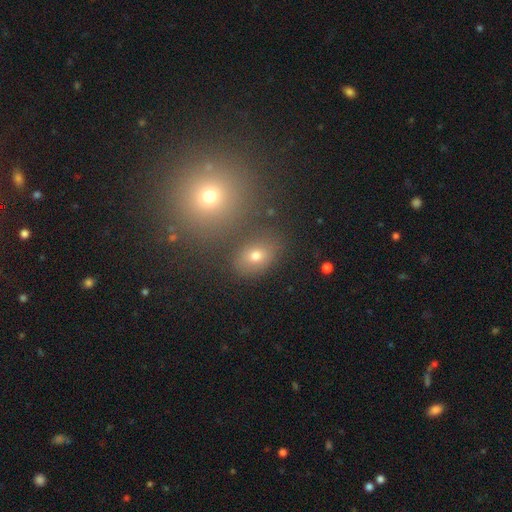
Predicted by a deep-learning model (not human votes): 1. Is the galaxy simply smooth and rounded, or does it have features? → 65% smooth, 23% star or artifact, 13% featured or disk.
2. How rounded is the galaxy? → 61% in between, 37% round, 2% cigar-shaped.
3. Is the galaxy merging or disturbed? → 77% none, 10% minor disturbance, 9% merger, 4% major disturbance.